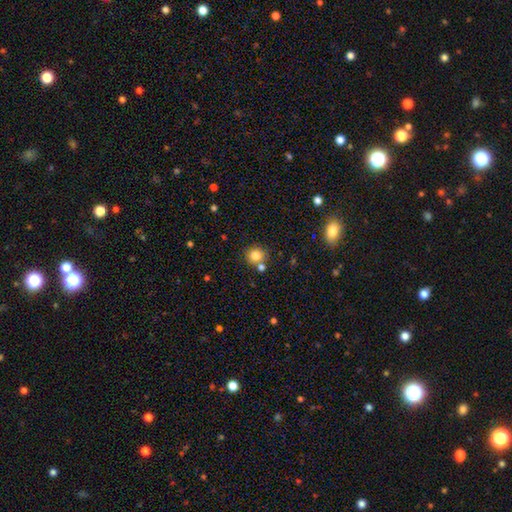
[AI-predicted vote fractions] Smooth or featured? smooth (82%)
How rounded? round (86%)
Merging? none (71%)